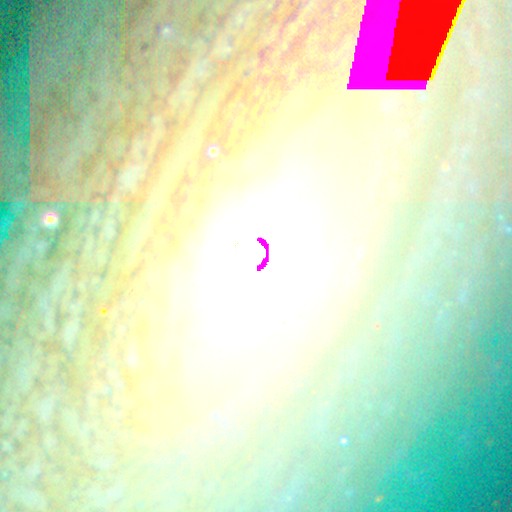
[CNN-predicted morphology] Smooth or featured?
  - featured or disk: 56% *
  - star or artifact: 28%
  - smooth: 16%
Edge-on disk?
  - no: 68% *
  - yes: 32%
Merging?
  - none: 83% *
  - minor disturbance: 10%
  - major disturbance: 5%
  - merger: 2%